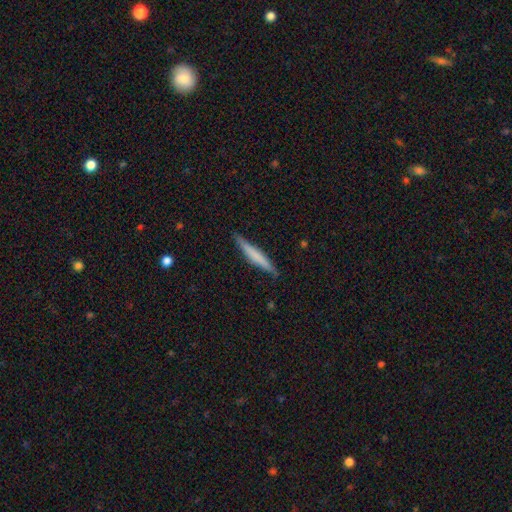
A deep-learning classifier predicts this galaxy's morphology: The model was most divided on "smooth or featured": smooth: 60%, featured or disk: 35%, star or artifact: 5%. More confident: how rounded — cigar-shaped (95%); merging — none (88%).